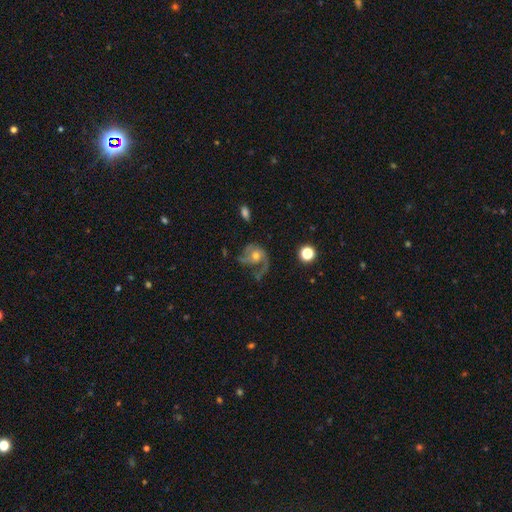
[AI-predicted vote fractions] This is likely a featured or disk galaxy (76%). It is clearly not viewed edge-on (98%). Bar: likely no (74%). Spiral arm pattern: clearly yes (90%). Spiral arm count: marginally 2 (39%). Spiral winding: marginally medium (43%). Central bulge: likely moderate (64%). Merging: marginally none (40%).